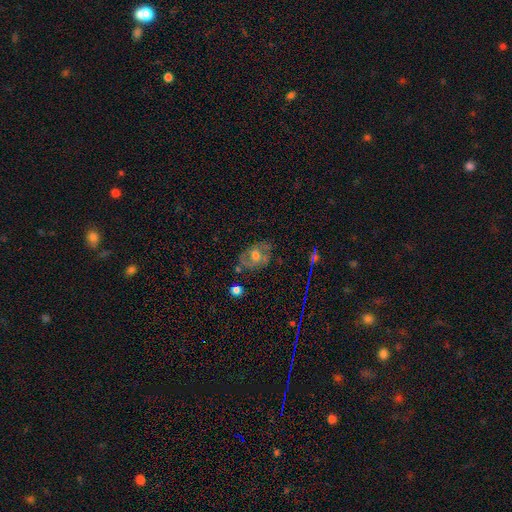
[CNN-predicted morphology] The model was most divided on "spiral arms": yes: 62%, no: 38%. More confident: edge-on disk — no (94%); bulge size — moderate (67%); merging — none (66%); bar — no (61%); smooth or featured — featured or disk (57%).